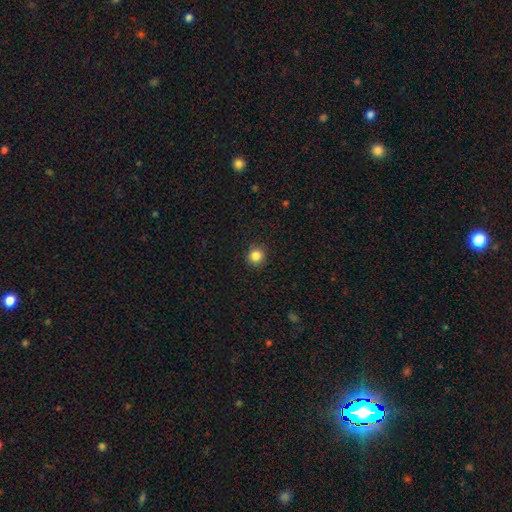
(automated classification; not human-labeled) The model was most divided on "smooth or featured": smooth: 85%, star or artifact: 11%, featured or disk: 4%. More confident: how rounded — round (92%); merging — none (91%).